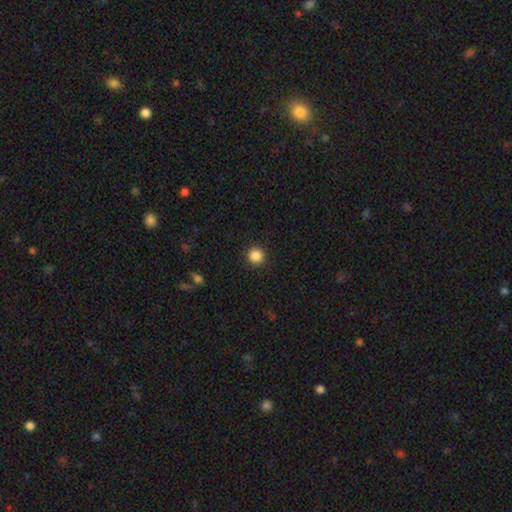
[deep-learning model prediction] A smooth galaxy with no disk features (87%) that is round (94%). Merging: none (92%).